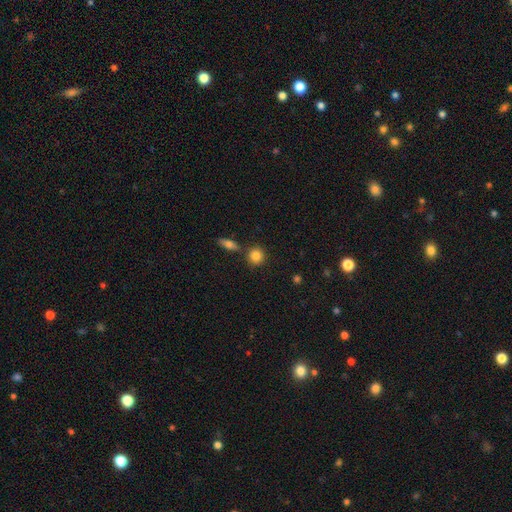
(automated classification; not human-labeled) Smooth or featured? smooth (85%)
How rounded? round (84%)
Merging? none (74%)